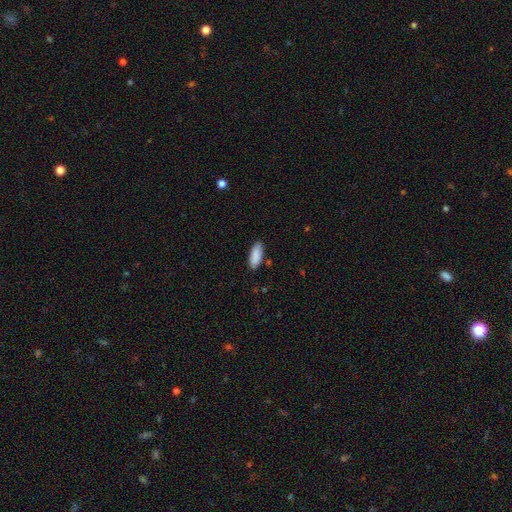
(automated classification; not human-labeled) Morphology: type=smooth (90%); roundness=in between (81%); merging=none (85%).